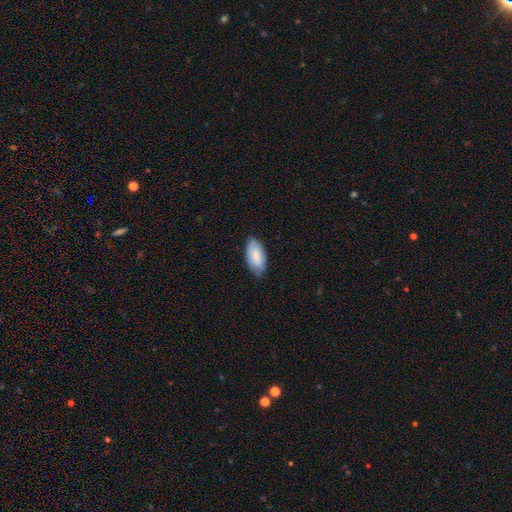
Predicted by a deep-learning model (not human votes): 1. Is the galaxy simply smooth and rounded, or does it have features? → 81% smooth, 14% featured or disk, 6% star or artifact.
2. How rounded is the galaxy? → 93% in between, 5% cigar-shaped, 2% round.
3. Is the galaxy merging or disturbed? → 70% none, 25% minor disturbance, 4% major disturbance, 1% merger.